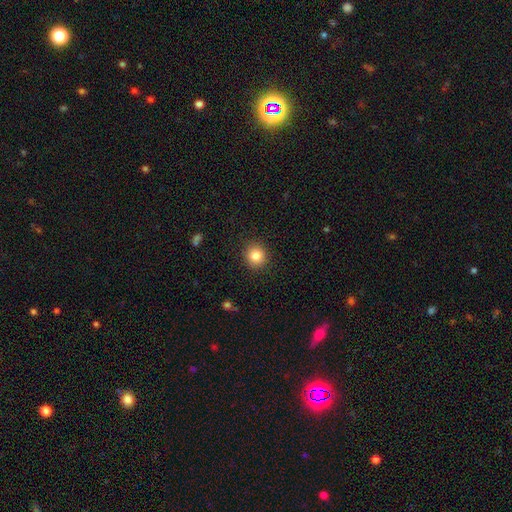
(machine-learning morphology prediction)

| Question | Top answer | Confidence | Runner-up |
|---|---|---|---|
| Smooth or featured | smooth | 85% | star or artifact (10%) |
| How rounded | round | 89% | in between (11%) |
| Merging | none | 90% | minor disturbance (6%) |